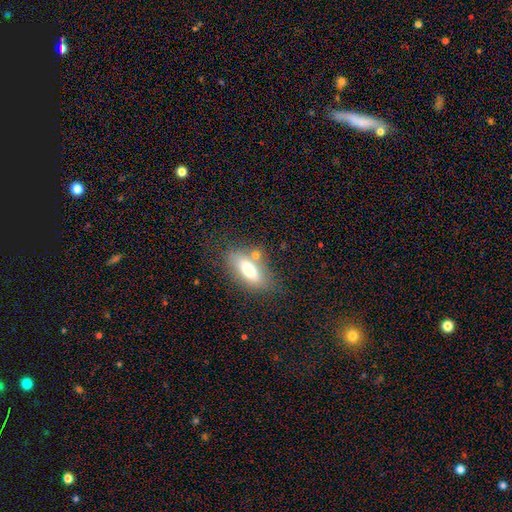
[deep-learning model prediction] smooth 67%, featured or disk 25%, star or artifact 8%. Down the decision tree: how rounded — in between (73%); merging — none (64%).